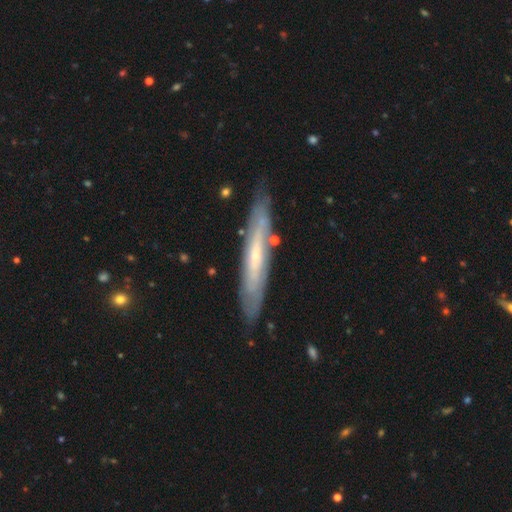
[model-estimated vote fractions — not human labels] Morphology: type=featured or disk (64%); edge-on=yes (68%); merging=none (82%).